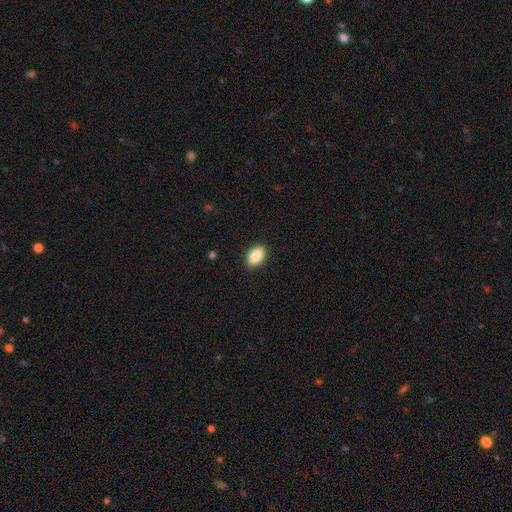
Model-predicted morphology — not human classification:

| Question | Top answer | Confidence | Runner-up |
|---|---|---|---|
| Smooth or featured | smooth | 87% | star or artifact (7%) |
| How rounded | in between | 90% | round (9%) |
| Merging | none | 89% | minor disturbance (8%) |